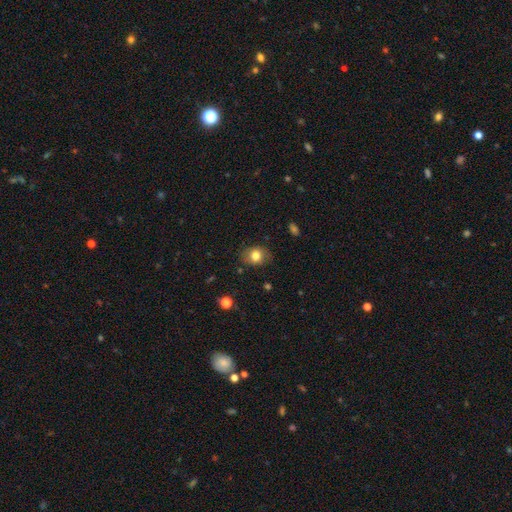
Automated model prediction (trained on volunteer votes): This appears to be a smooth galaxy with no disk features (79%) that is round (51%). Merging: none (79%).